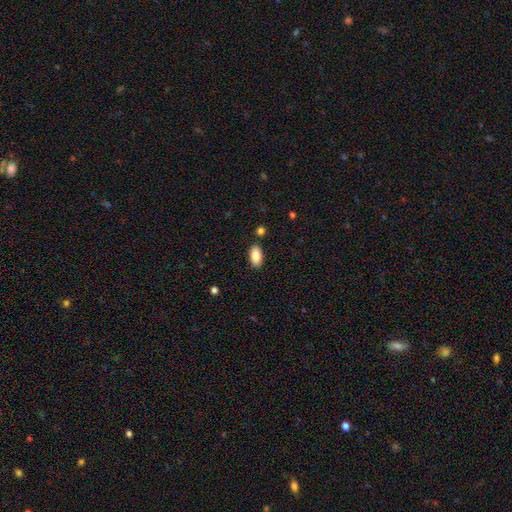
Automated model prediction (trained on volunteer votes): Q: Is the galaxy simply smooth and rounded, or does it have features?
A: smooth — 88%.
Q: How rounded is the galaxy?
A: in between — 93%.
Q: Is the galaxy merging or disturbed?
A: none — 86%.